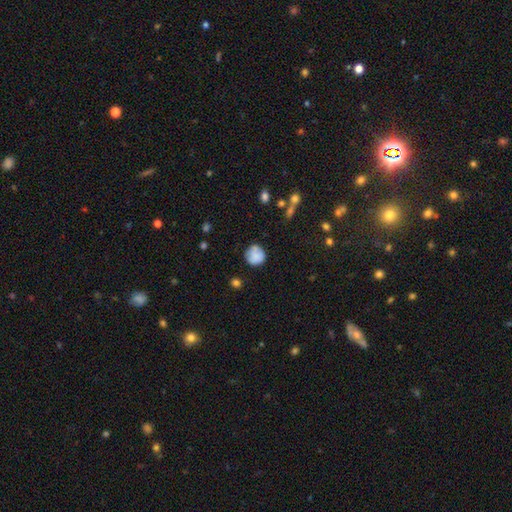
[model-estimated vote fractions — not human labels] Smooth or featured? Predicted: smooth (p=0.80). How rounded? Predicted: round (p=0.90). Merging? Predicted: none (p=0.73).